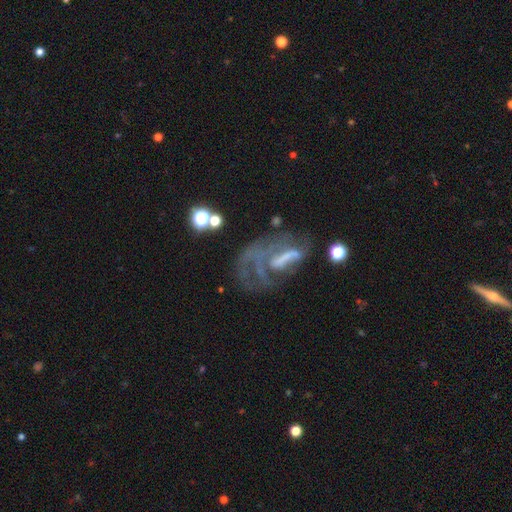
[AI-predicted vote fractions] featured or disk 66%, star or artifact 18%, smooth 16%. Down the decision tree: edge-on disk — no (90%); bar — no (43%); spiral arms — yes (58%); bulge size — none (49%); merging — major disturbance (40%).